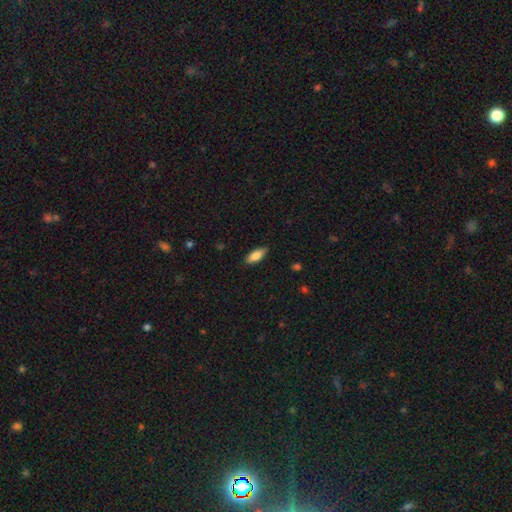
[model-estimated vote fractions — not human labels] A smooth galaxy with no disk features (79%) that is in between round and cigar-shaped (74%). Merging: none (86%).